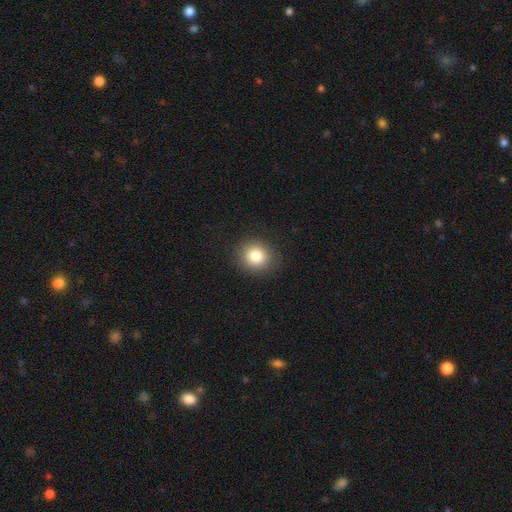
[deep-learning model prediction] A smooth galaxy with no disk features (82%) that is round (82%).

Vote fractions:
- Smooth or featured? smooth: 82% / star or artifact: 11% / featured or disk: 7%
- How rounded? round: 82% / in between: 17% / cigar-shaped: 1%
- Merging? none: 89% / minor disturbance: 7% / major disturbance: 2% / merger: 1%